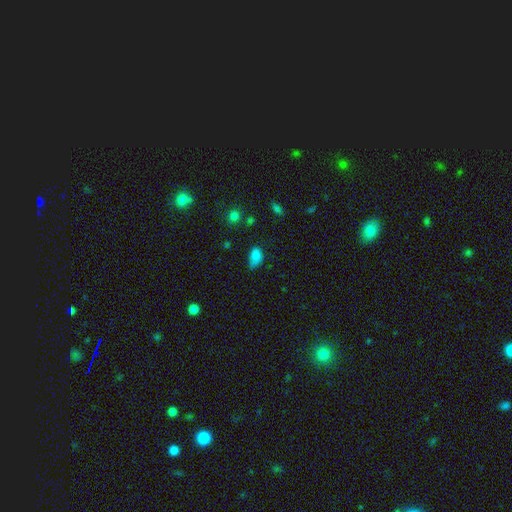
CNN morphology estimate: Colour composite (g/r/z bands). It shows a smooth galaxy with no disk features (81%) that is in between round and cigar-shaped (84%). Merging: minor disturbance (43%).